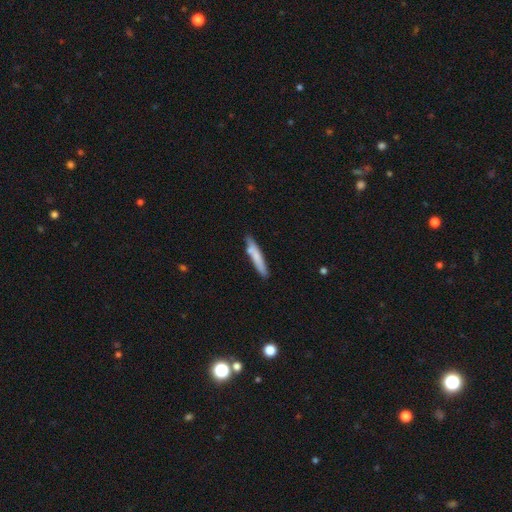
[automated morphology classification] smooth-or-featured: smooth: 73% | featured or disk: 22% | star or artifact: 6%
  how-rounded: cigar-shaped: 91% | in between: 8% | round: 1%
  merging: none: 76% | minor disturbance: 14% | merger: 7% | major disturbance: 3%